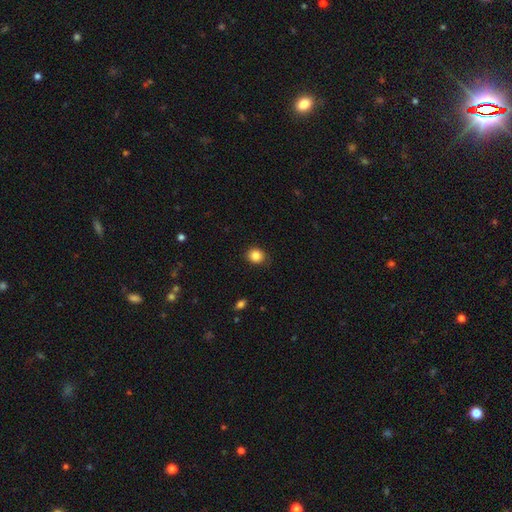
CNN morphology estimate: Overall: smooth (85%). How rounded: round (79%). Merging: none (85%).